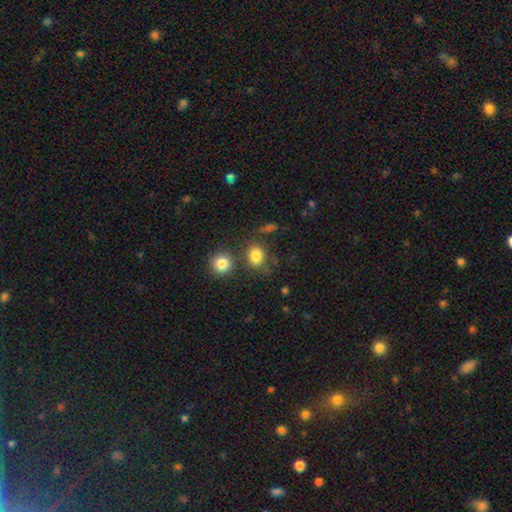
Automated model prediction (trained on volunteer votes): smooth_or_featured: smooth (p=0.84) [alt: star or artifact p=0.11]
how_rounded: round (p=0.56) [alt: in between p=0.43]
merging: none (p=0.68) [alt: minor disturbance p=0.13]